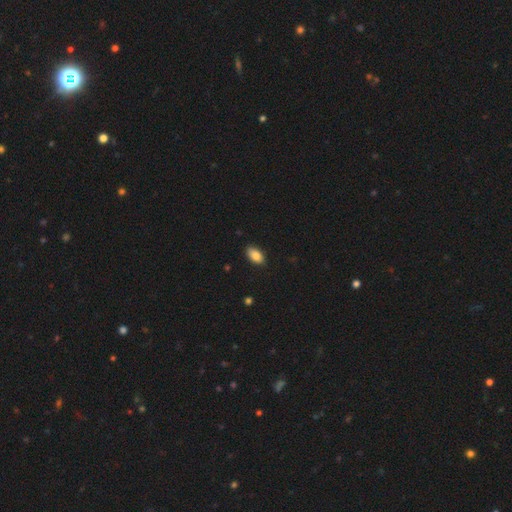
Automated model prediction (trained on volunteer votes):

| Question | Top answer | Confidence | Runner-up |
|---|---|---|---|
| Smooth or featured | smooth | 86% | star or artifact (8%) |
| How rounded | in between | 93% | round (5%) |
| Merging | none | 86% | minor disturbance (11%) |